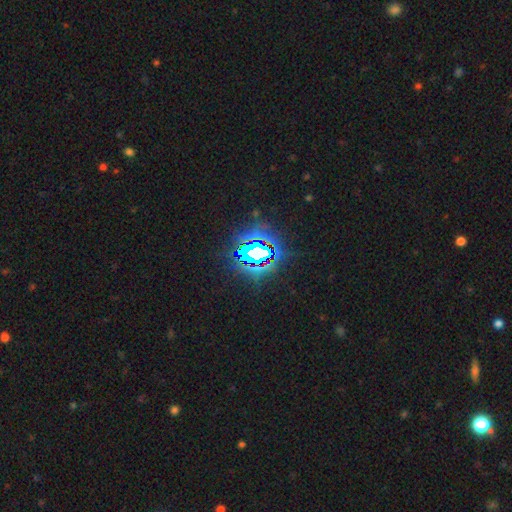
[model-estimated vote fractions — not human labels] Morphology: type=star or artifact (78%).